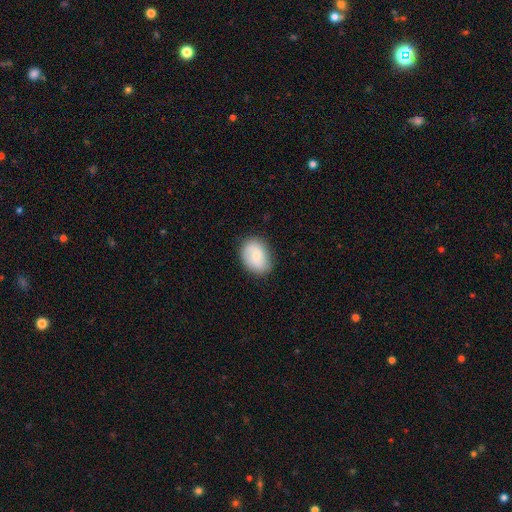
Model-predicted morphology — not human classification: Smooth or featured: smooth — 74% (featured or disk — 19%)
How rounded: in between — 66% (round — 33%)
Merging: none — 81% (minor disturbance — 15%)